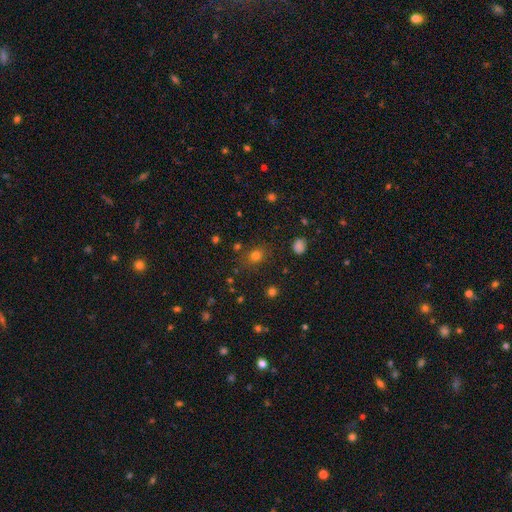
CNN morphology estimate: type=smooth (75%); roundness=round (66%); merging=none (81%).